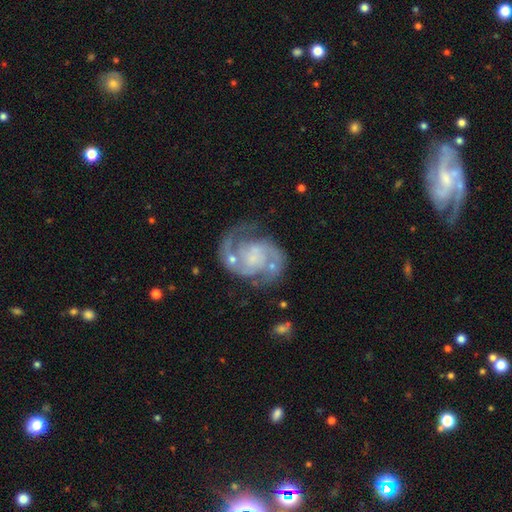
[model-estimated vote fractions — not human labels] Smooth or featured: featured or disk — 91% (star or artifact — 5%)
Edge-on disk: no — 98% (yes — 2%)
Bar: no — 60% (weak — 31%)
Spiral arms: yes — 98% (no — 2%)
Spiral winding: medium — 56% (tight — 29%)
Spiral arm count: 2 — 90% (3 — 3%)
Bulge size: small — 46% (none — 35%)
Merging: none — 70% (minor disturbance — 16%)